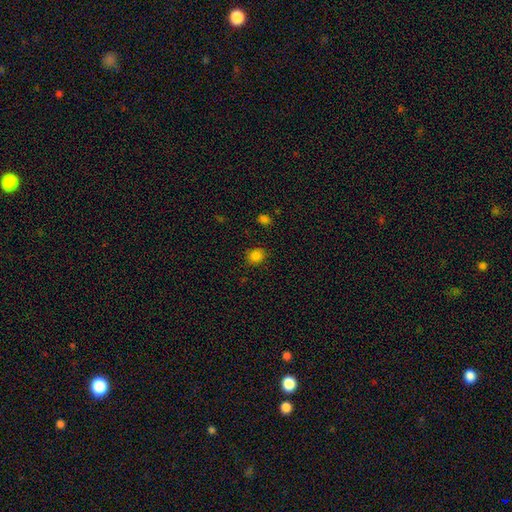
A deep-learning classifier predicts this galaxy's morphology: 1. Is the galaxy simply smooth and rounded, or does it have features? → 83% smooth, 13% star or artifact, 4% featured or disk.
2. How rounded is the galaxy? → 70% round, 29% in between, 1% cigar-shaped.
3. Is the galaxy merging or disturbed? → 84% none, 11% minor disturbance, 3% major disturbance, 2% merger.